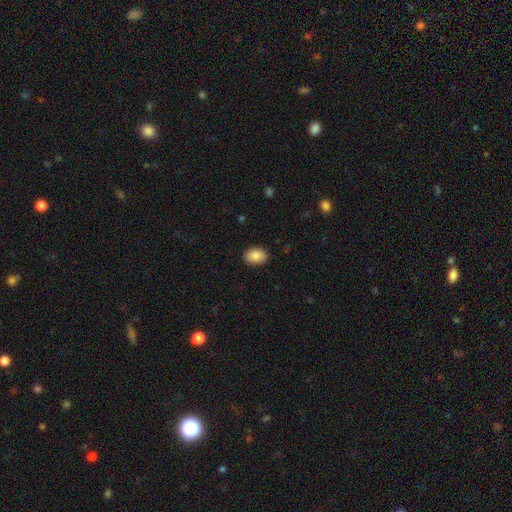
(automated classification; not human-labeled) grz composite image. It shows a smooth galaxy with no disk features (87%) that is in between round and cigar-shaped (83%). Merging: none (89%).